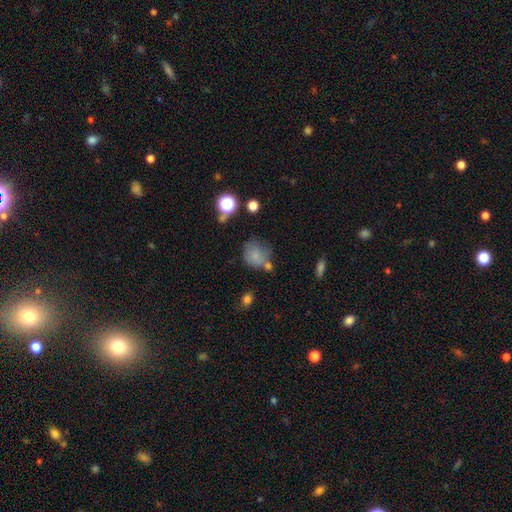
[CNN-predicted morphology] Smooth or featured? Predicted: smooth (p=0.76). How rounded? Predicted: round (p=0.70). Merging? Predicted: none (p=0.48).